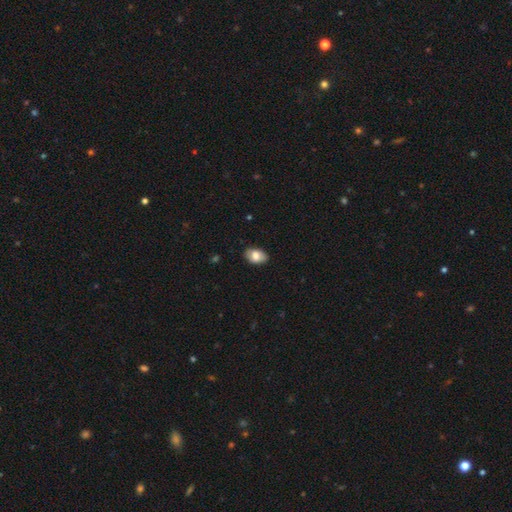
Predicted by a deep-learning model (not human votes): A smooth galaxy with no disk features (79%) that is in between round and cigar-shaped (89%). Merging: none (86%).